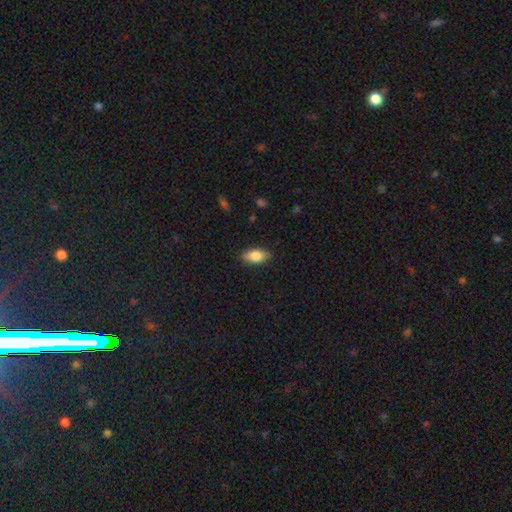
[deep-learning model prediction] smooth_or_featured: smooth (p=0.80) [alt: featured or disk p=0.13]
how_rounded: in between (p=0.88) [alt: cigar-shaped p=0.08]
merging: none (p=0.87) [alt: minor disturbance p=0.10]